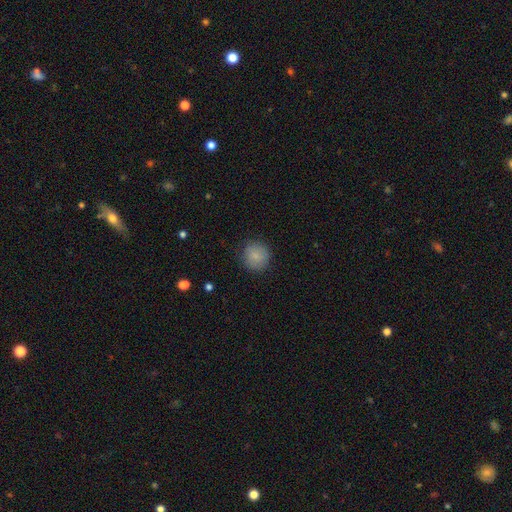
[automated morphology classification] smooth_or_featured: smooth (p=0.85) [alt: star or artifact p=0.08]
how_rounded: round (p=0.92) [alt: in between p=0.07]
merging: none (p=0.86) [alt: minor disturbance p=0.10]